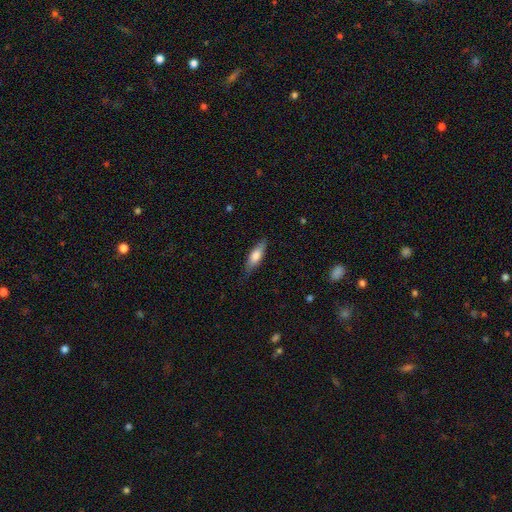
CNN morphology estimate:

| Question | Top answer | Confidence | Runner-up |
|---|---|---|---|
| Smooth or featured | smooth | 68% | featured or disk (26%) |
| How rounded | in between | 50% | cigar-shaped (48%) |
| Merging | none | 78% | minor disturbance (17%) |